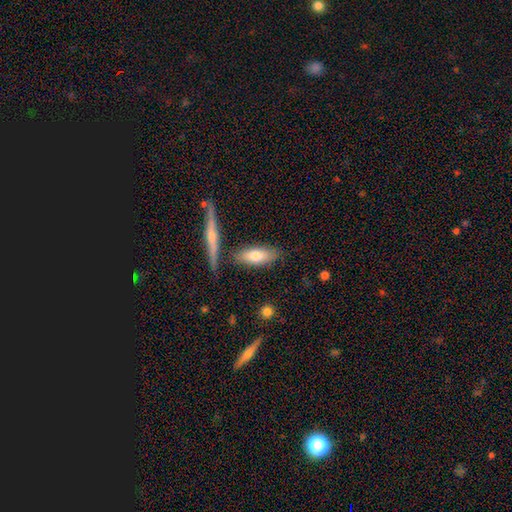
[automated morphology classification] smooth-or-featured: smooth: 69% | featured or disk: 24% | star or artifact: 6%
  how-rounded: in between: 64% | cigar-shaped: 34% | round: 3%
  merging: none: 76% | minor disturbance: 13% | merger: 8% | major disturbance: 3%